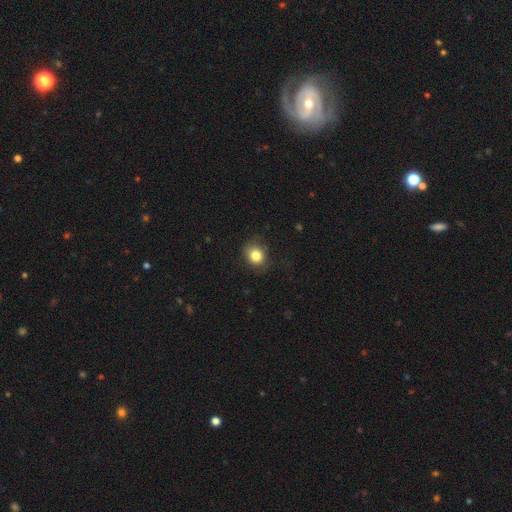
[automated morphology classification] smooth-or-featured: smooth: 82% | star or artifact: 11% | featured or disk: 7%
  how-rounded: round: 74% | in between: 25% | cigar-shaped: 1%
  merging: none: 77% | minor disturbance: 17% | major disturbance: 6% | merger: 1%